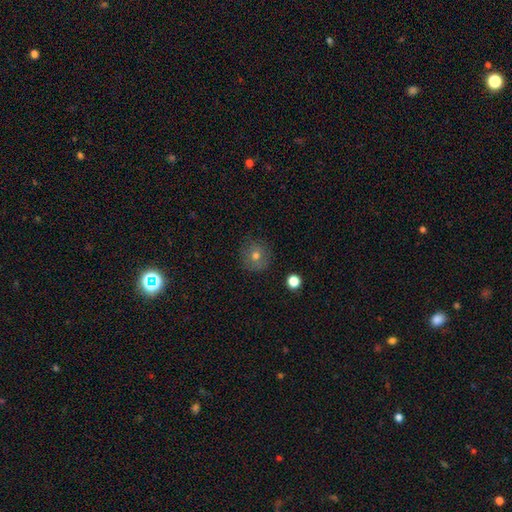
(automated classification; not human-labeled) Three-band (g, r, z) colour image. It shows a smooth galaxy with no disk features (64%) that is round (92%). Merging: none (86%).